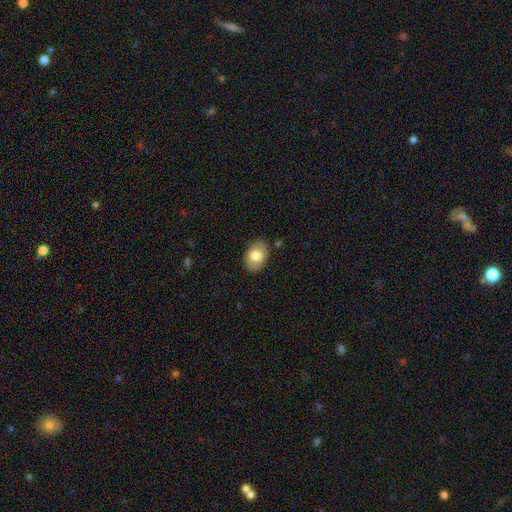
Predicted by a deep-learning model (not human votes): A smooth galaxy with no disk features (78%) that is in between round and cigar-shaped (83%).

Vote fractions:
- Smooth or featured? smooth: 78% / featured or disk: 15% / star or artifact: 7%
- How rounded? in between: 83% / round: 16% / cigar-shaped: 1%
- Merging? none: 84% / minor disturbance: 12% / major disturbance: 3% / merger: 2%